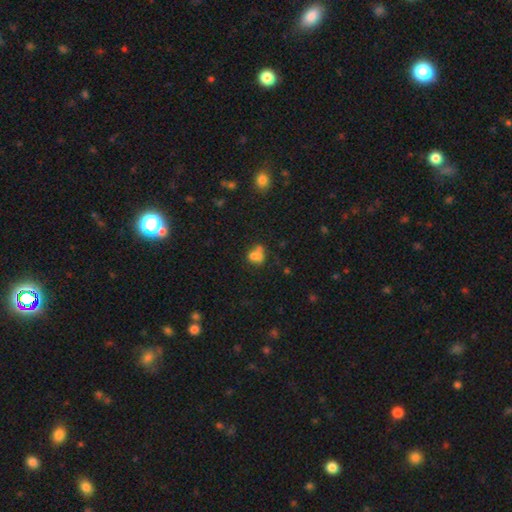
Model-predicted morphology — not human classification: type=smooth (64%); roundness=round (58%); merging=merger (56%).